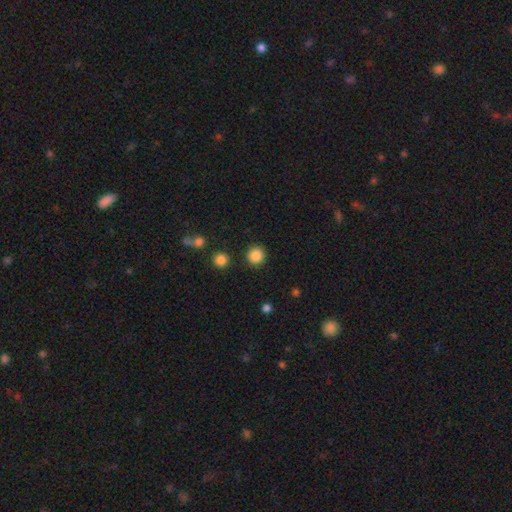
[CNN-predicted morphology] smooth_or_featured: smooth (p=0.86) [alt: star or artifact p=0.11]
how_rounded: round (p=0.94) [alt: in between p=0.05]
merging: none (p=0.90) [alt: minor disturbance p=0.06]